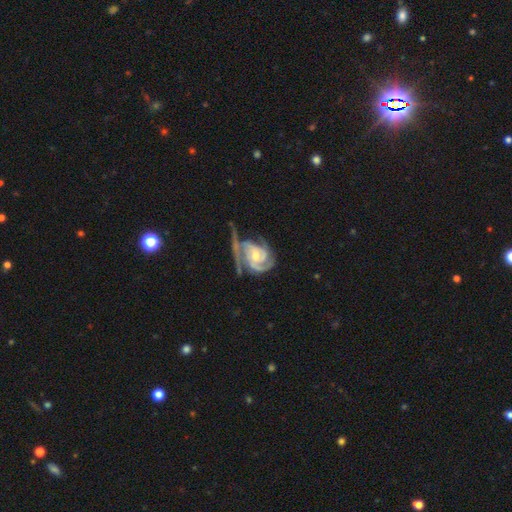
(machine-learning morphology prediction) The model was most divided on "spiral arm count": 3: 35%, 2: 32%, can't tell: 15%, 4: 7%, 1: 6%, more than 4: 5%. Remaining: edge-on disk — no (98%); spiral arms — yes (97%); smooth or featured — featured or disk (90%); spiral winding — tight (56%); bulge size — moderate (54%); bar — no (49%); merging — none (37%).